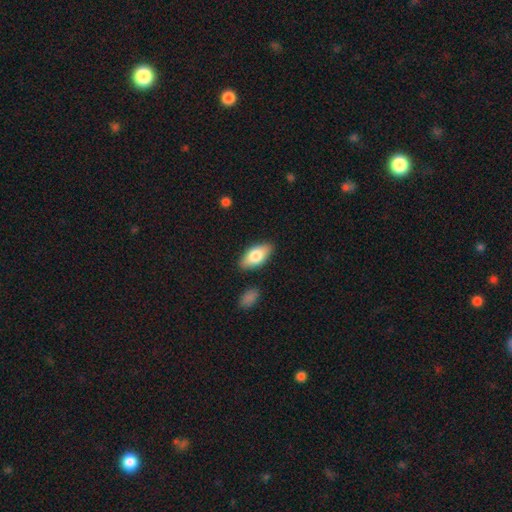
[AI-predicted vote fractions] smooth 74%, featured or disk 19%, star or artifact 6%. Down the decision tree: how rounded — in between (89%); merging — none (86%).